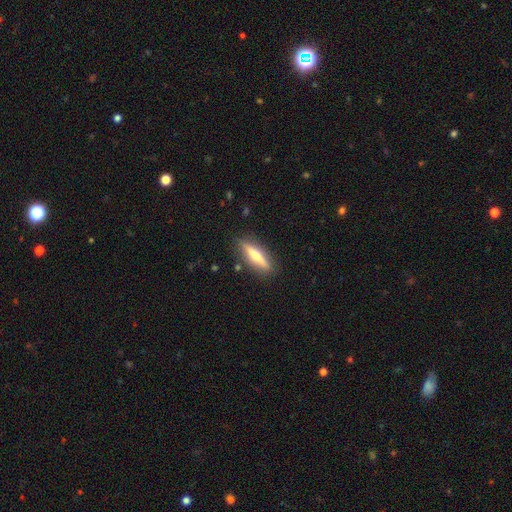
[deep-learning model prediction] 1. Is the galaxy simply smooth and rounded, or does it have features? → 52% featured or disk, 41% smooth, 6% star or artifact.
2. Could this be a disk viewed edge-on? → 92% yes, 8% no.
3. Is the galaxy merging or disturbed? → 87% none, 9% minor disturbance, 2% major disturbance, 2% merger.